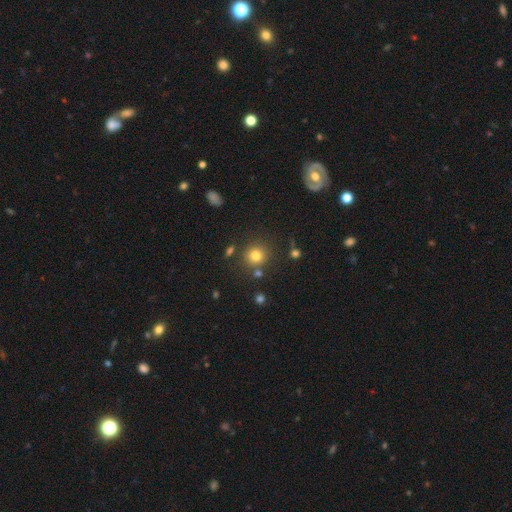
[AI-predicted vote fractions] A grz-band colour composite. It shows a smooth galaxy with no disk features (79%) that is round (90%). Merging: none (80%).